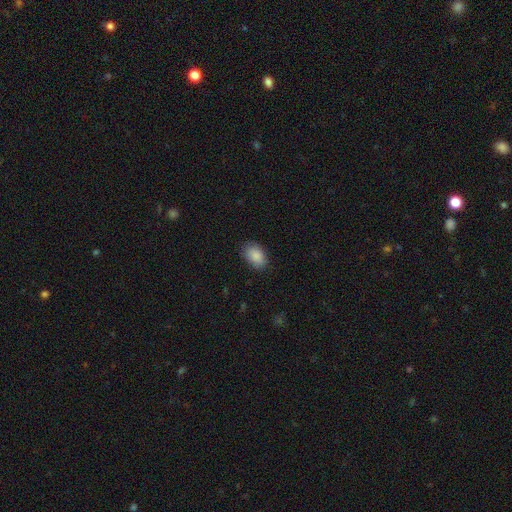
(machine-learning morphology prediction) A smooth galaxy with no disk features (89%) that is in between round and cigar-shaped (90%).

Vote fractions:
- Smooth or featured? smooth: 89% / star or artifact: 7% / featured or disk: 5%
- How rounded? in between: 90% / round: 9% / cigar-shaped: 1%
- Merging? none: 82% / minor disturbance: 14% / major disturbance: 3% / merger: 1%